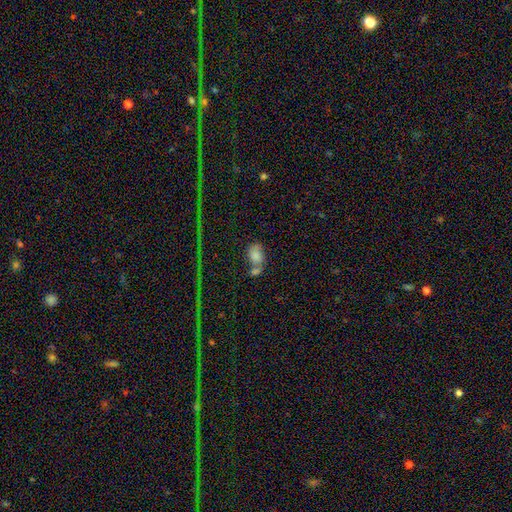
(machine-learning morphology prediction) Smooth or featured?
  - smooth: 76% *
  - featured or disk: 13%
  - star or artifact: 11%
How rounded?
  - in between: 72% *
  - round: 26%
  - cigar-shaped: 2%
Merging?
  - merger: 48% *
  - none: 32%
  - minor disturbance: 13%
  - major disturbance: 7%